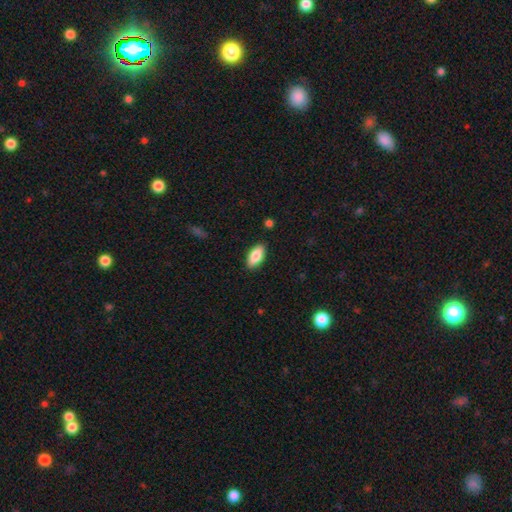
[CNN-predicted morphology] The model was most divided on "smooth or featured": smooth: 83%, featured or disk: 10%, star or artifact: 6%. More confident: merging — none (88%); how rounded — in between (87%).